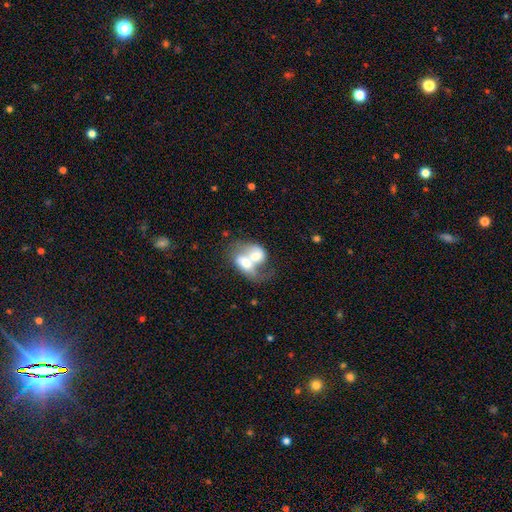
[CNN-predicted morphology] type=smooth (49%); merging=merger (82%).